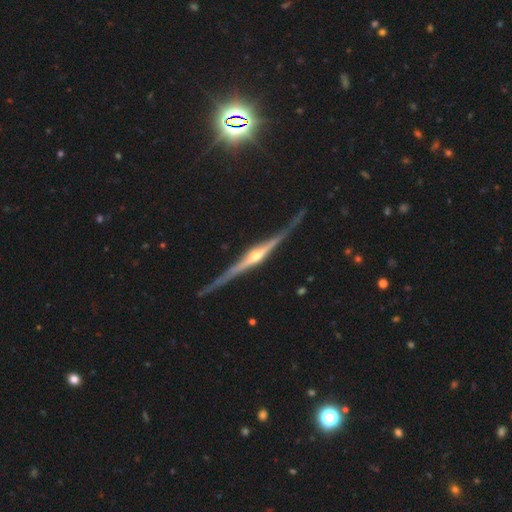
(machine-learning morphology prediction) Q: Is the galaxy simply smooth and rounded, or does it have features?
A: featured or disk — 90%.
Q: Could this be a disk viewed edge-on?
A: yes — 98%.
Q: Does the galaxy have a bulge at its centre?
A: rounded — 91%.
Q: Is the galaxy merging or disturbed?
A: none — 84%.